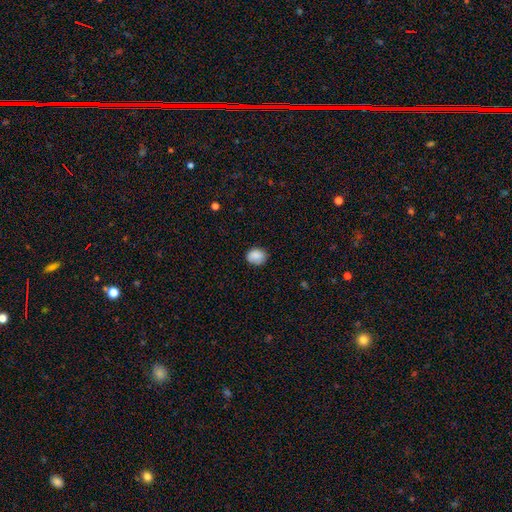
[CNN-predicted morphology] smooth 87%, star or artifact 8%, featured or disk 5%. Down the decision tree: how rounded — round (54%); merging — none (78%).